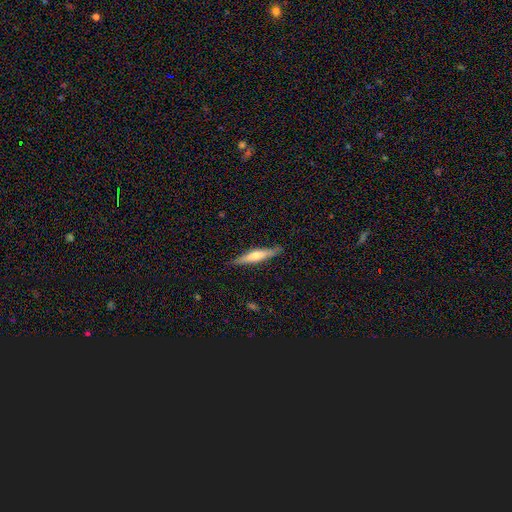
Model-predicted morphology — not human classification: Smooth or featured?
  - featured or disk: 56% *
  - smooth: 38%
  - star or artifact: 6%
Edge-on disk?
  - yes: 96% *
  - no: 4%
Edge-on bulge?
  - rounded: 73% *
  - boxy: 14%
  - none: 13%
Merging?
  - none: 87% *
  - minor disturbance: 10%
  - major disturbance: 2%
  - merger: 1%